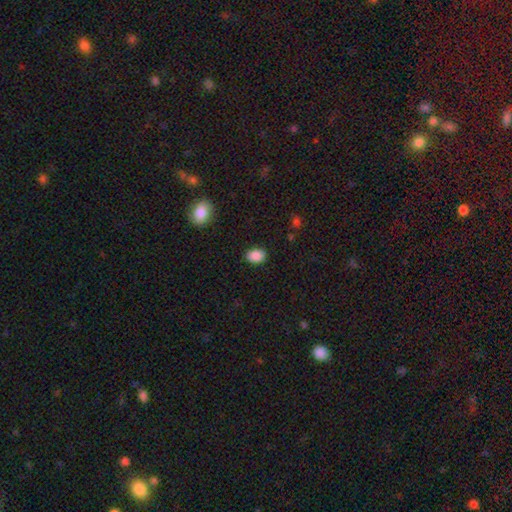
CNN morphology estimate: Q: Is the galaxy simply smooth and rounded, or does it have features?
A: smooth — 89%.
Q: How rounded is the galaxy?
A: in between — 77%.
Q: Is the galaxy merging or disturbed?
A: none — 88%.